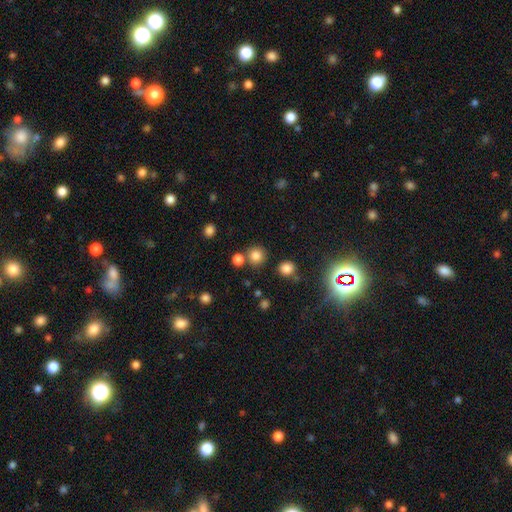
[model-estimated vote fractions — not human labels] Smooth or featured: smooth — 81% (star or artifact — 14%)
How rounded: round — 91% (in between — 8%)
Merging: none — 76% (merger — 12%)